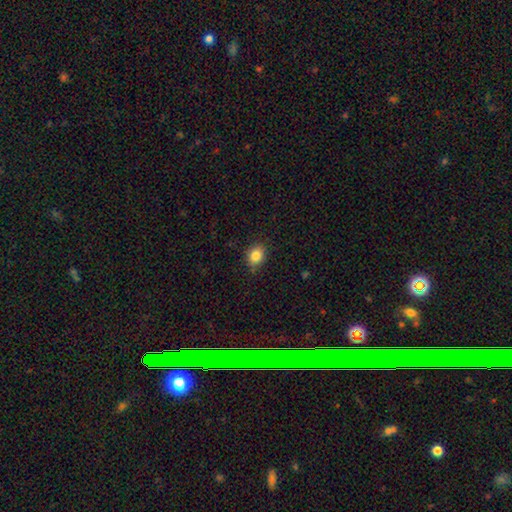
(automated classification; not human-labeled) A smooth galaxy with no disk features (85%) that is in between round and cigar-shaped (54%). Merging: none (84%).